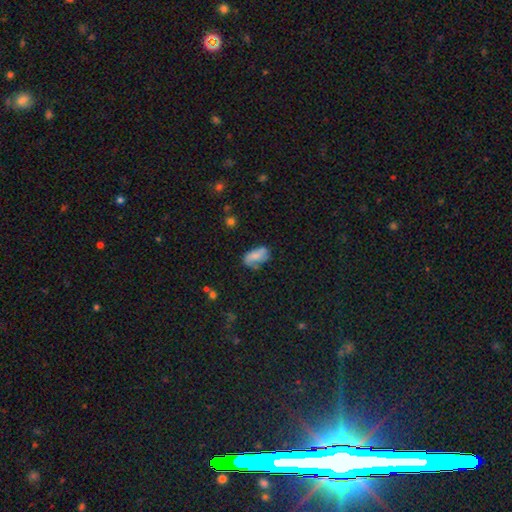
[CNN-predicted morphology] The model was most divided on "merging": none: 44%, minor disturbance: 31%, major disturbance: 20%, merger: 5%. More confident: how rounded — in between (88%); smooth or featured — smooth (59%).